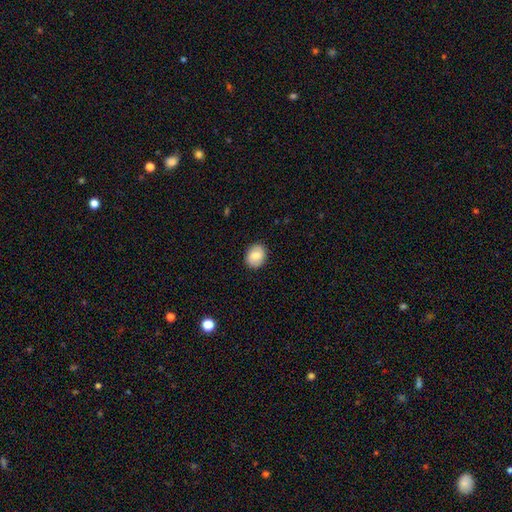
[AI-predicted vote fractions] smooth 81%, featured or disk 12%, star or artifact 8%. Down the decision tree: how rounded — in between (50%, tied with round); merging — none (89%).